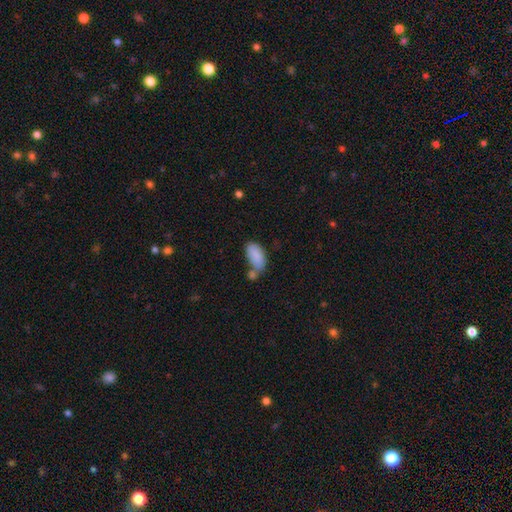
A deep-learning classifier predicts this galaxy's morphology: Smooth or featured: smooth — 86% (featured or disk — 7%)
How rounded: in between — 94% (cigar-shaped — 3%)
Merging: none — 42% (merger — 32%)